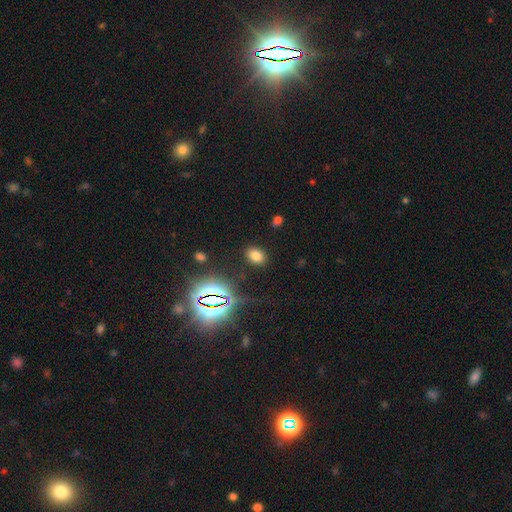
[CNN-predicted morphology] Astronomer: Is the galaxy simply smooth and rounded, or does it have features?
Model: smooth — 70%.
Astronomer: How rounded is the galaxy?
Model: in between — 76%.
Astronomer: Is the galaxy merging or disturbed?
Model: none — 86%.